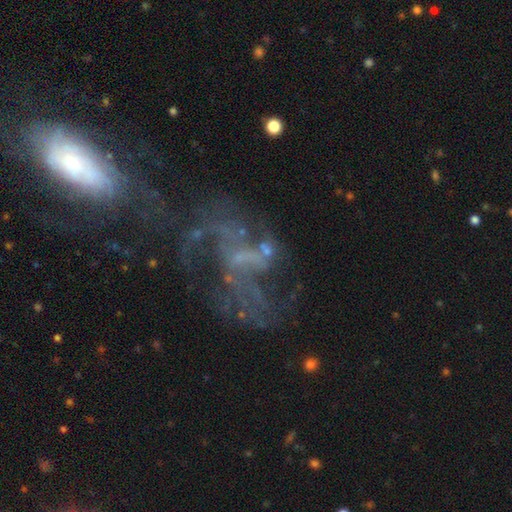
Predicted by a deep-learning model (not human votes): A featured or disk galaxy (71%) with no bar (51%), spiral arms (58%) and no central bulge (52%).

Vote fractions:
- Smooth or featured? featured or disk: 71% / star or artifact: 18% / smooth: 11%
- Edge-on disk? no: 97% / yes: 3%
- Bar? no: 51% / weak: 36% / strong: 13%
- Spiral arms? yes: 58% / no: 42%
- Bulge size? none: 52% / small: 35% / moderate: 10% / large: 2% / dominant: 1%
- Merging? major disturbance: 40% / none: 35% / minor disturbance: 14% / merger: 11%